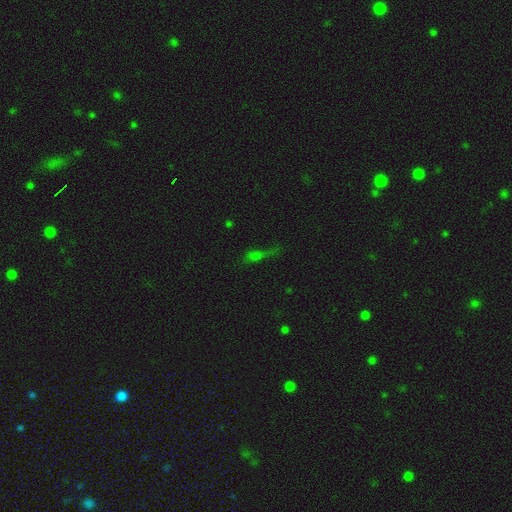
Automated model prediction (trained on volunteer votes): smooth-or-featured: smooth: 44% | star or artifact: 35% | featured or disk: 21%
  merging: none: 48% | minor disturbance: 23% | major disturbance: 22% | merger: 7%